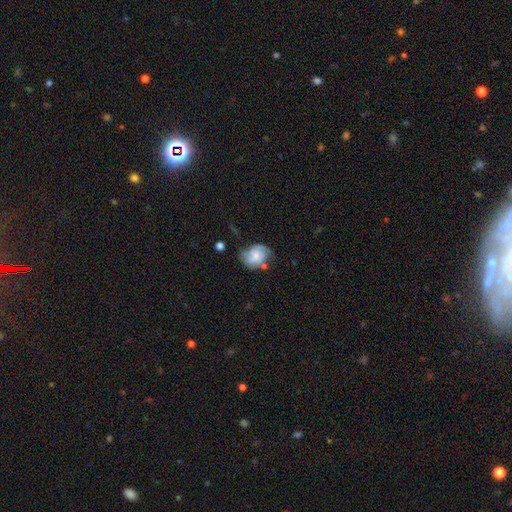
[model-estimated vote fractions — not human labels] smooth-or-featured: featured or disk: 59% | smooth: 33% | star or artifact: 8%
  disk-edge-on: no: 97% | yes: 3%
    bar: no: 56% | weak: 35% | strong: 8%
    has-spiral-arms: yes: 83% | no: 17%
    bulge-size: small: 49% | moderate: 31% | none: 15% | large: 4% | dominant: 1%
  merging: none: 50% | minor disturbance: 27% | major disturbance: 14% | merger: 8%